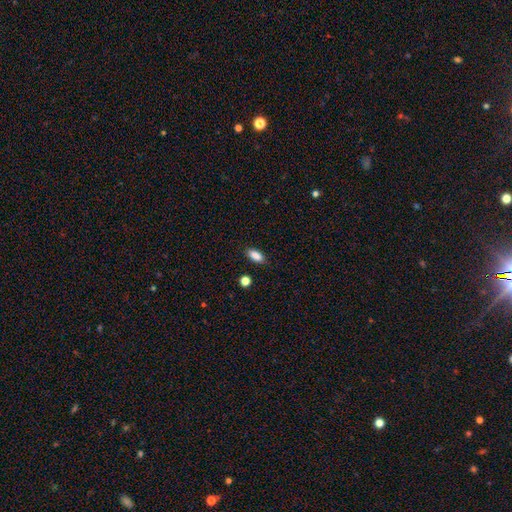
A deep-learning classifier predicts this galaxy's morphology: The model was most divided on "how rounded": in between: 85%, cigar-shaped: 11%, round: 4%. More confident: smooth or featured — smooth (87%); merging — none (86%).